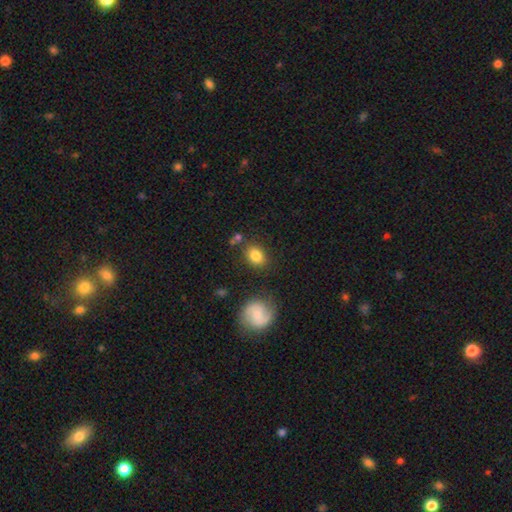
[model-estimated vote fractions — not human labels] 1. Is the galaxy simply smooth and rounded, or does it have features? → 81% smooth, 10% featured or disk, 8% star or artifact.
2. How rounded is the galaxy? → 60% in between, 39% round, 1% cigar-shaped.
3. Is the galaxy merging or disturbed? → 78% none, 13% minor disturbance, 6% merger, 4% major disturbance.